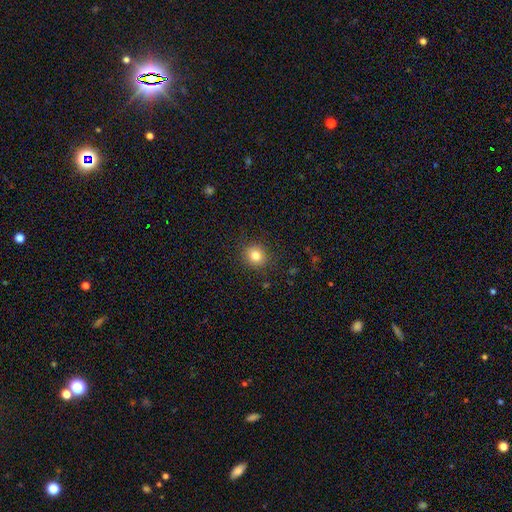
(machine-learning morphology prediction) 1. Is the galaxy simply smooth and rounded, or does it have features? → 81% smooth, 12% star or artifact, 7% featured or disk.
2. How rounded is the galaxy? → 83% round, 16% in between, 1% cigar-shaped.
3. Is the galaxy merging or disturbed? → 89% none, 8% minor disturbance, 3% major disturbance, 1% merger.